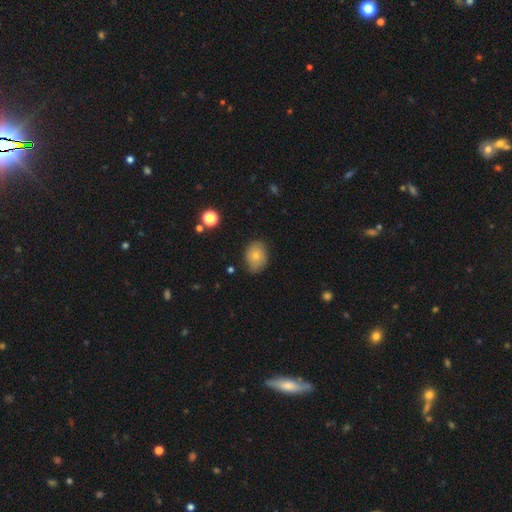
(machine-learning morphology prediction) This appears to be a smooth galaxy with no disk features (74%) that is in between round and cigar-shaped (68%). Merging: none (75%).